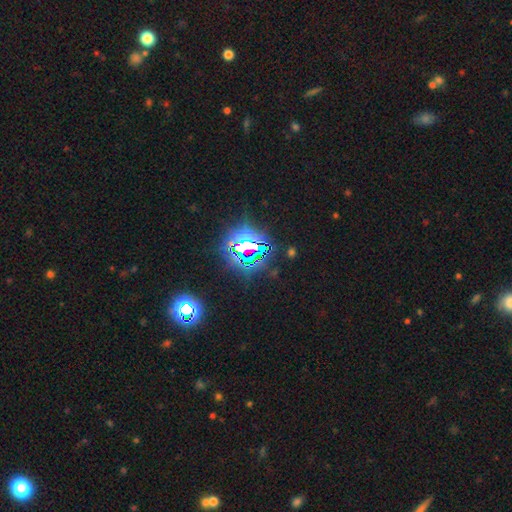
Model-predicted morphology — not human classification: Overall: star or artifact (81%).